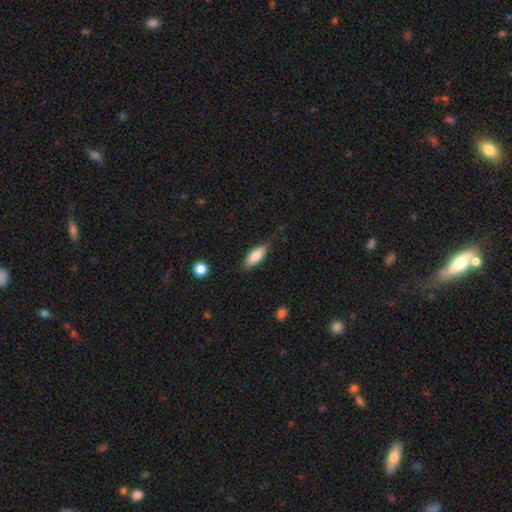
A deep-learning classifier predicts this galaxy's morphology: This is likely a smooth galaxy (78%). How rounded: likely in between (72%). Merging: likely none (77%).